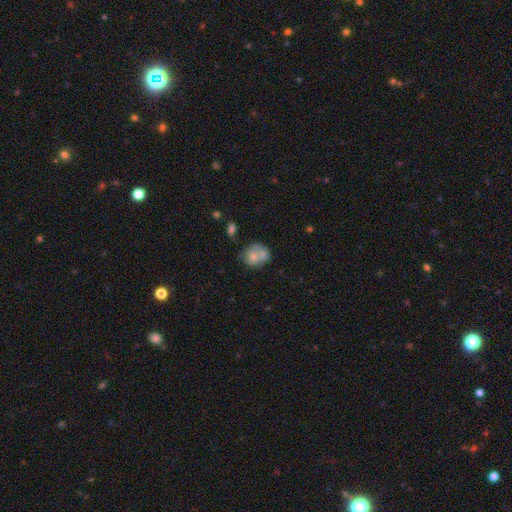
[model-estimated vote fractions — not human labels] Smooth or featured? smooth (69%)
How rounded? round (69%)
Merging? merger (51%)